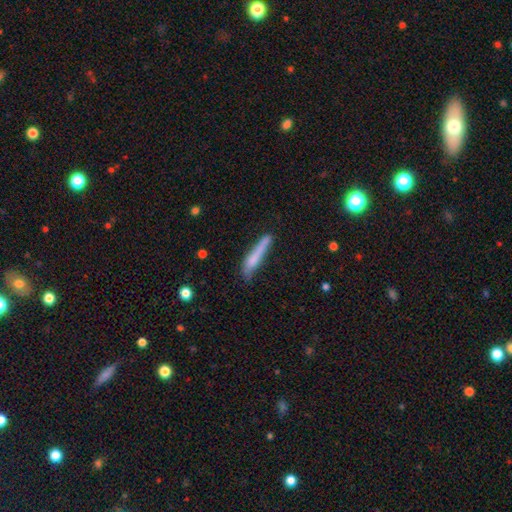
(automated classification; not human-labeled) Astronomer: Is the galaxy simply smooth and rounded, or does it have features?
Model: smooth — 65%.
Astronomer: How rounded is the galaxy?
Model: cigar-shaped — 92%.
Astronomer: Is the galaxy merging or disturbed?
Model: none — 55%.